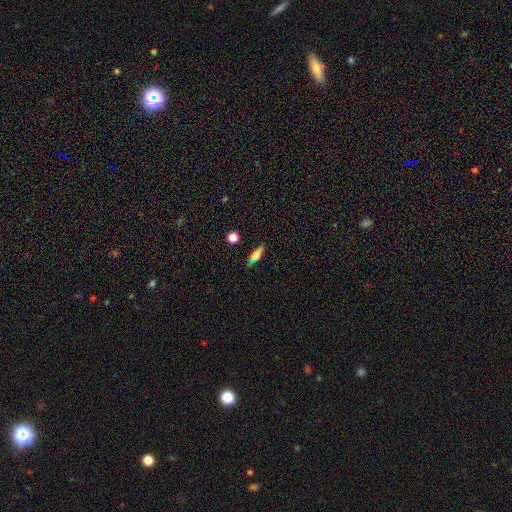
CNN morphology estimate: smooth-or-featured: smooth: 66% | featured or disk: 21% | star or artifact: 13%
  how-rounded: cigar-shaped: 50% | in between: 44% | round: 6%
  merging: none: 72% | minor disturbance: 19% | major disturbance: 5% | merger: 4%